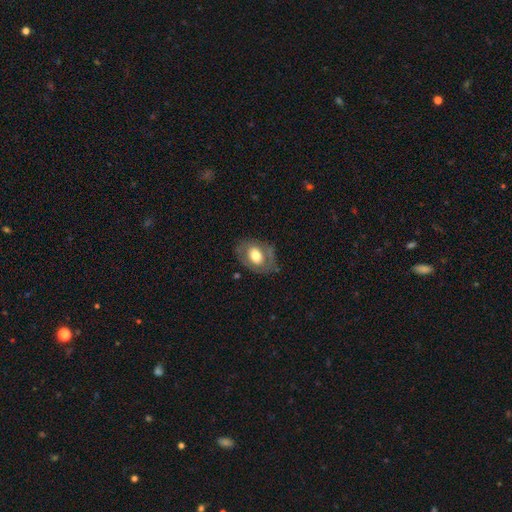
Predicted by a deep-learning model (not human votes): The model was most divided on "smooth or featured": smooth: 55%, featured or disk: 38%, star or artifact: 7%. More confident: how rounded — in between (75%); merging — none (70%).